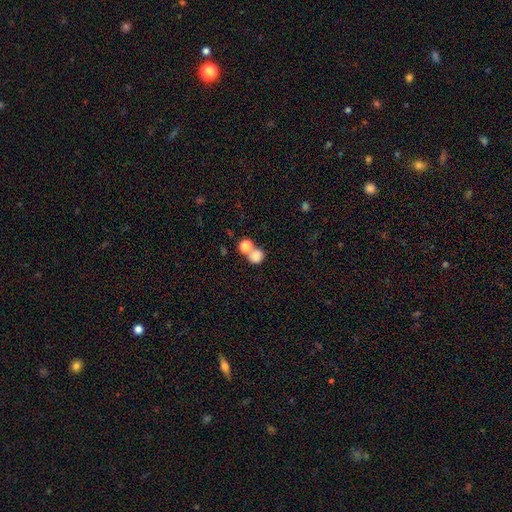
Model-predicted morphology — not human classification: smooth_or_featured: smooth (p=0.80) [alt: star or artifact p=0.11]
how_rounded: round (p=0.78) [alt: in between p=0.21]
merging: none (p=0.45) [alt: merger p=0.44]